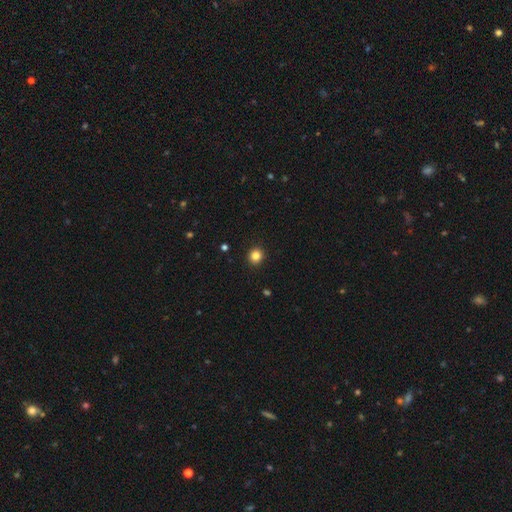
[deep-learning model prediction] smooth-or-featured: smooth: 84% | star or artifact: 12% | featured or disk: 4%
  how-rounded: round: 90% | in between: 9% | cigar-shaped: 1%
  merging: none: 93% | minor disturbance: 5% | major disturbance: 2% | merger: 1%